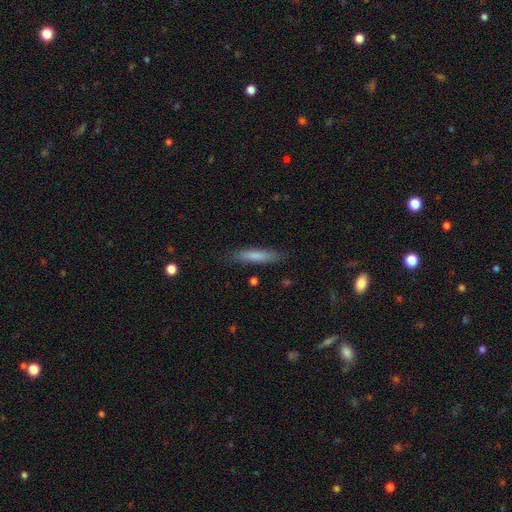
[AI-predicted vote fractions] Overall: smooth (75%). How rounded: cigar-shaped (87%). Merging: none (83%).